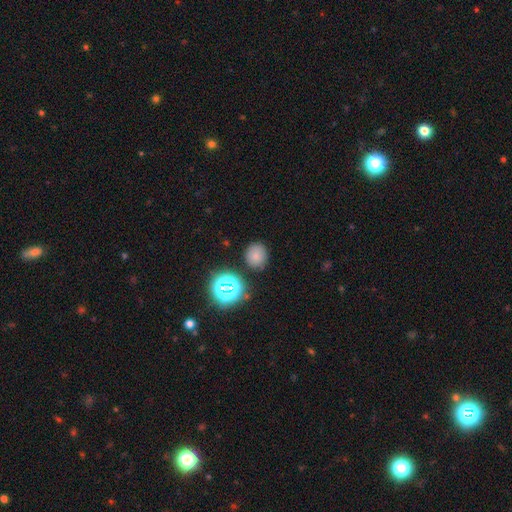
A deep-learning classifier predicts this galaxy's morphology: This is likely a smooth galaxy (72%). How rounded: likely round (79%). Merging: clearly none (82%).